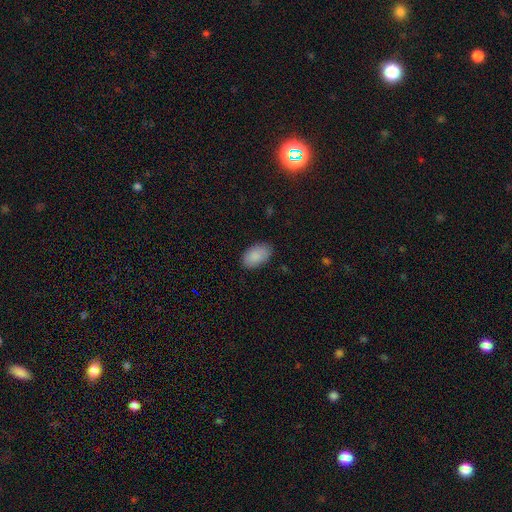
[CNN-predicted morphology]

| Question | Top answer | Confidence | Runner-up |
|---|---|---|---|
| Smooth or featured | smooth | 89% | star or artifact (6%) |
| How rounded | in between | 94% | round (5%) |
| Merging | none | 85% | minor disturbance (12%) |